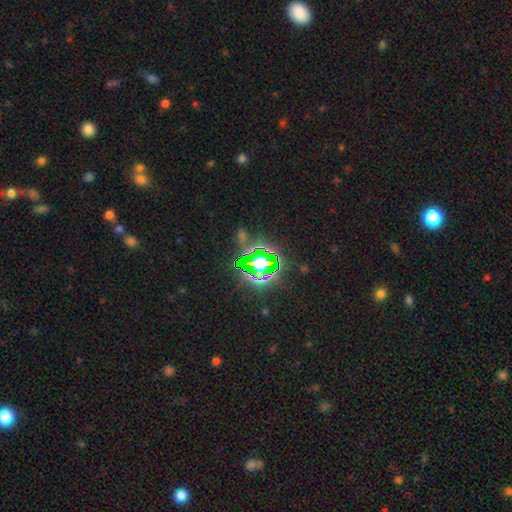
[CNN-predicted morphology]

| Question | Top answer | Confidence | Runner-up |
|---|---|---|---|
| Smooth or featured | star or artifact | 69% | smooth (18%) |